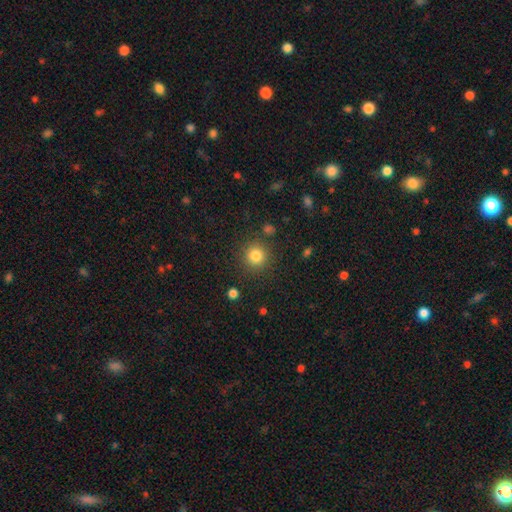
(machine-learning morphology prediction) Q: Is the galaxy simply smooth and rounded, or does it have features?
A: smooth — 82%.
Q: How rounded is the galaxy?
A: round — 93%.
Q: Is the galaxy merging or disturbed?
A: none — 87%.